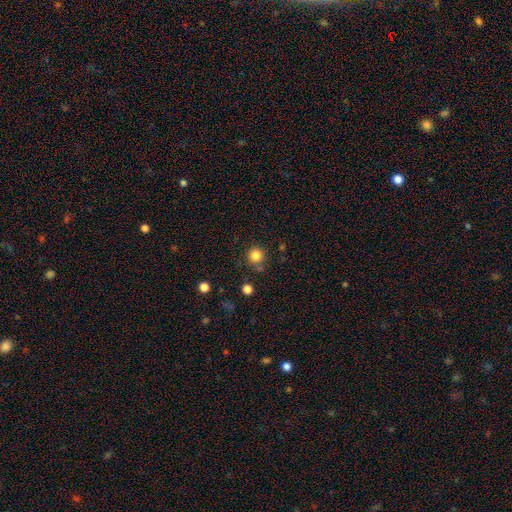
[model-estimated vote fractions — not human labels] A smooth galaxy with no disk features (83%) that is round (95%).

Vote fractions:
- Smooth or featured? smooth: 83% / star or artifact: 12% / featured or disk: 5%
- How rounded? round: 95% / in between: 4% / cigar-shaped: 1%
- Merging? none: 81% / minor disturbance: 9% / merger: 6% / major disturbance: 3%